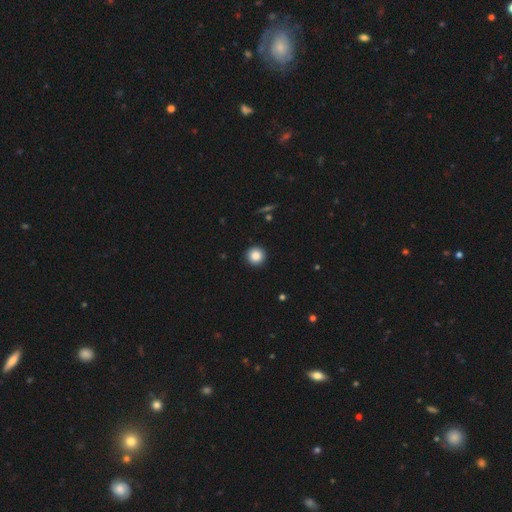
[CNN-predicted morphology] A smooth galaxy with no disk features (86%) that is round (96%).

Vote fractions:
- Smooth or featured? smooth: 86% / star or artifact: 10% / featured or disk: 4%
- How rounded? round: 96% / in between: 3% / cigar-shaped: 1%
- Merging? none: 93% / minor disturbance: 5% / major disturbance: 2% / merger: 1%